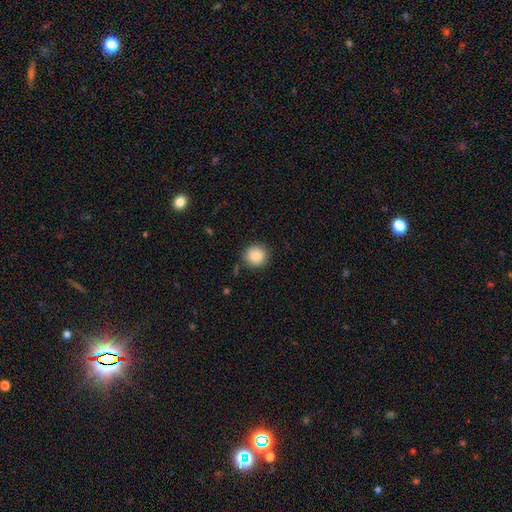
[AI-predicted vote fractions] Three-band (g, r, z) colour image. It shows a smooth galaxy with no disk features (88%) that is round (92%). Merging: none (85%).